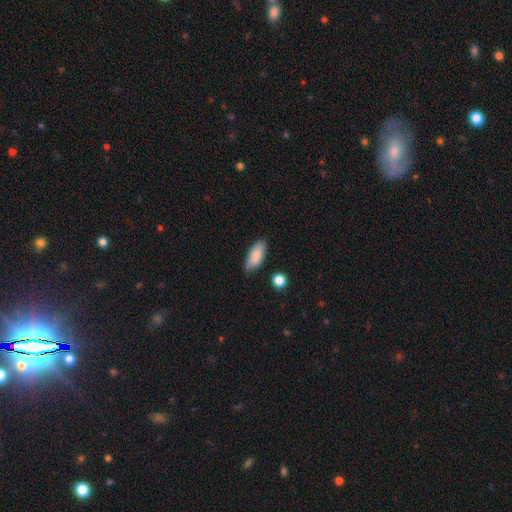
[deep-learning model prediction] This is clearly a smooth galaxy (84%). How rounded: clearly in between (83%). Merging: likely none (79%).